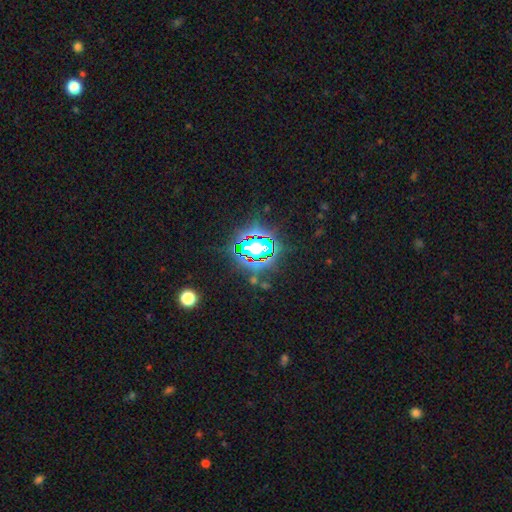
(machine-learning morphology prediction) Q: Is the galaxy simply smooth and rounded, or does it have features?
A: star or artifact — 79%.